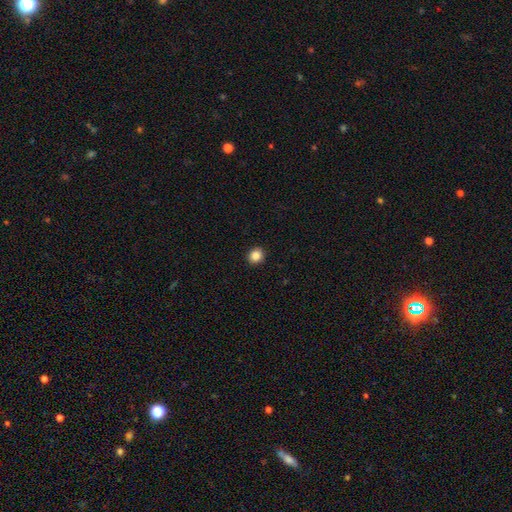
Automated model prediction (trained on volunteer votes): Smooth or featured: smooth — 86% (star or artifact — 10%)
How rounded: round — 84% (in between — 15%)
Merging: none — 93% (minor disturbance — 5%)